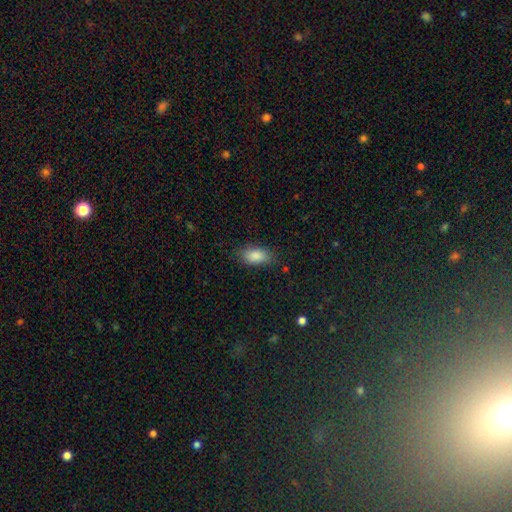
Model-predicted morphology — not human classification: Q: Smooth or featured?
A: smooth (87%); runner-up: star or artifact (8%)
Q: How rounded?
A: in between (90%); runner-up: cigar-shaped (5%)
Q: Merging?
A: none (80%); runner-up: minor disturbance (15%)